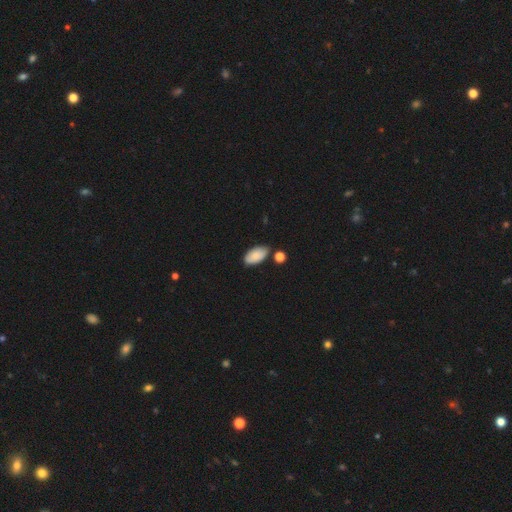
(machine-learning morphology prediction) The model was most divided on "merging": none: 70%, minor disturbance: 18%, merger: 8%, major disturbance: 4%. More confident: how rounded — in between (95%); smooth or featured — smooth (83%).